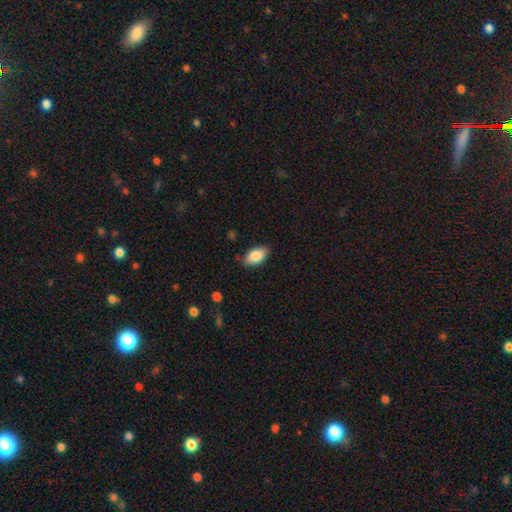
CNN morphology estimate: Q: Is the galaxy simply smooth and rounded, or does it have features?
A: smooth — 86%.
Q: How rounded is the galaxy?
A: in between — 93%.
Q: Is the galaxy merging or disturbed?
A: none — 82%.